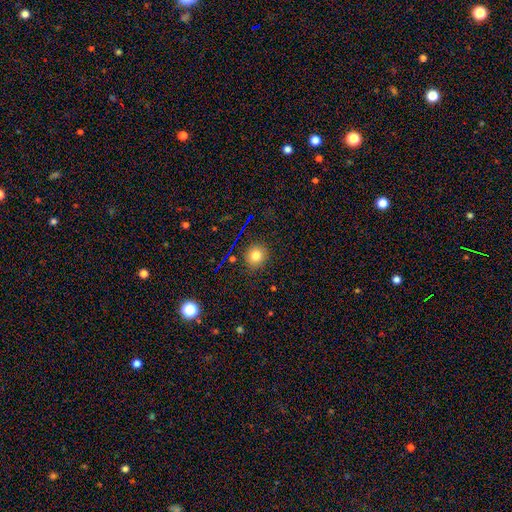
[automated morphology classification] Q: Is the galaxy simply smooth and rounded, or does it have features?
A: smooth — 77%.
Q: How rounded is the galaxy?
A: round — 86%.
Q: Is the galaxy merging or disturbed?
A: none — 88%.